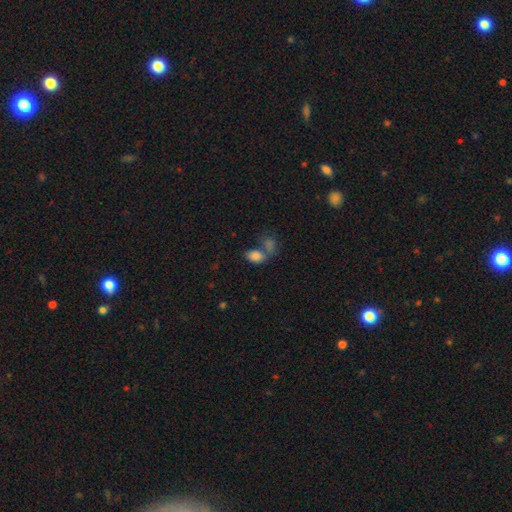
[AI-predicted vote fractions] smooth 83%, star or artifact 9%, featured or disk 7%. Down the decision tree: how rounded — in between (86%); merging — merger (47%).